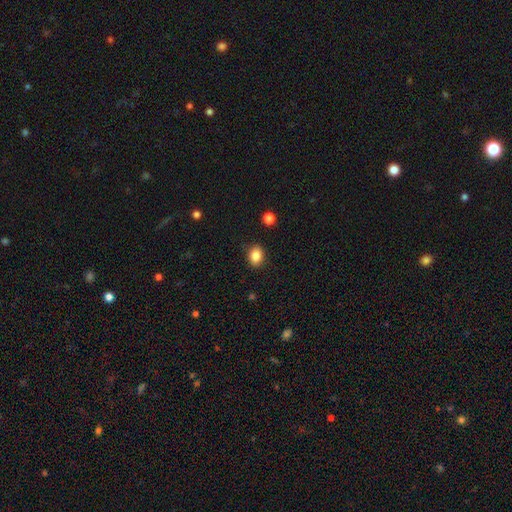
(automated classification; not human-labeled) Smooth or featured? Predicted: smooth (p=0.86). How rounded? Predicted: in between (p=0.65). Merging? Predicted: none (p=0.86).